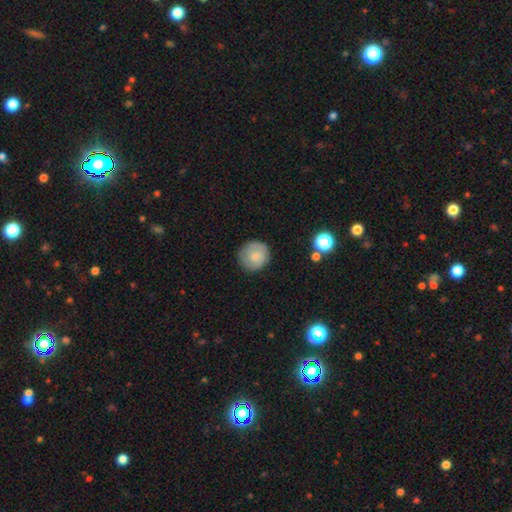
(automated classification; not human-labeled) A smooth galaxy with no disk features (62%) that is round (92%).

Vote fractions:
- Smooth or featured? smooth: 62% / featured or disk: 31% / star or artifact: 7%
- How rounded? round: 92% / in between: 7% / cigar-shaped: 1%
- Merging? none: 84% / minor disturbance: 12% / major disturbance: 3% / merger: 1%